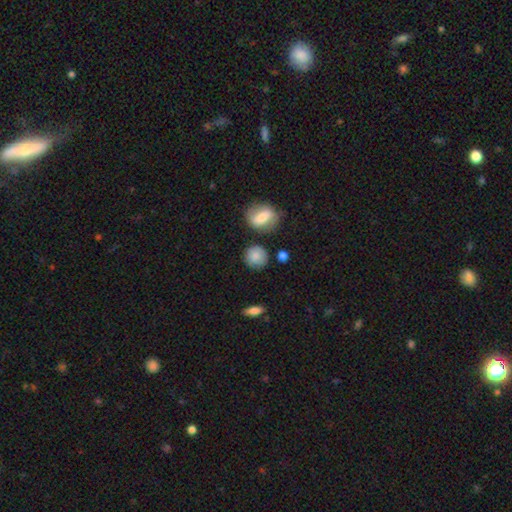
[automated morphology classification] This is clearly a smooth galaxy (82%). How rounded: clearly round (87%). Merging: likely none (79%).